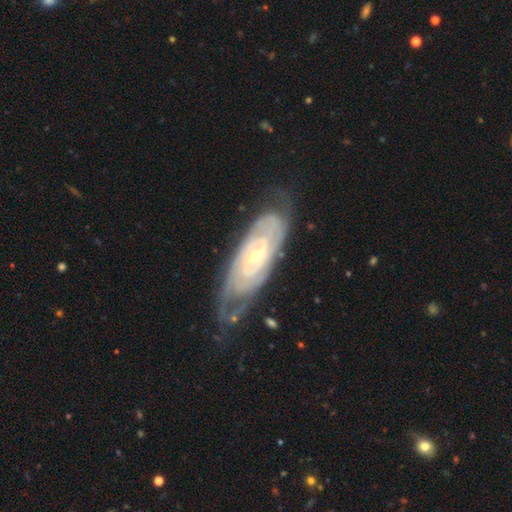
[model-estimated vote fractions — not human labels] The model was most divided on "spiral arm count": can't tell: 43%, 2: 27%, 3: 12%, 4: 9%, more than 4: 5%, 1: 4%. More confident: spiral arms — yes (95%); edge-on disk — no (90%); smooth or featured — featured or disk (85%); spiral winding — tight (80%); bulge size — small (64%); merging — none (63%); bar — no (57%).